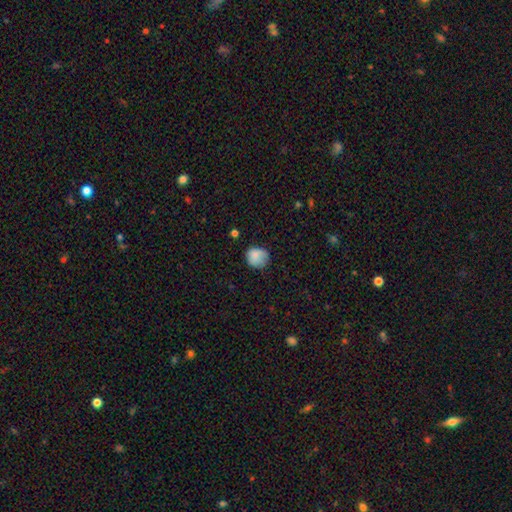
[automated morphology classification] Q: Smooth or featured?
A: smooth (82%); runner-up: featured or disk (10%)
Q: How rounded?
A: round (80%); runner-up: in between (19%)
Q: Merging?
A: none (62%); runner-up: minor disturbance (28%)